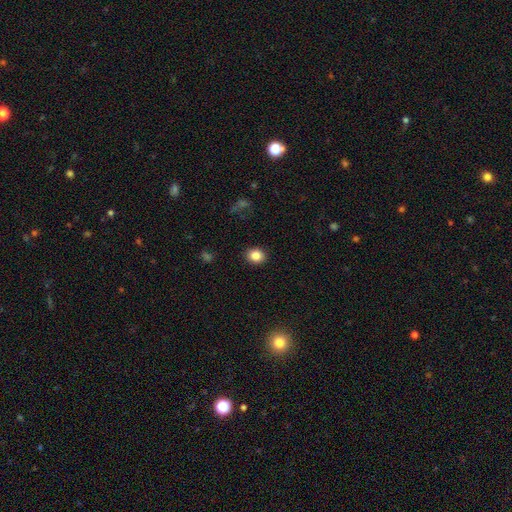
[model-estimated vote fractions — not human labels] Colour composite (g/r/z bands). It shows a smooth galaxy with no disk features (85%) that is round (69%). Merging: none (91%).